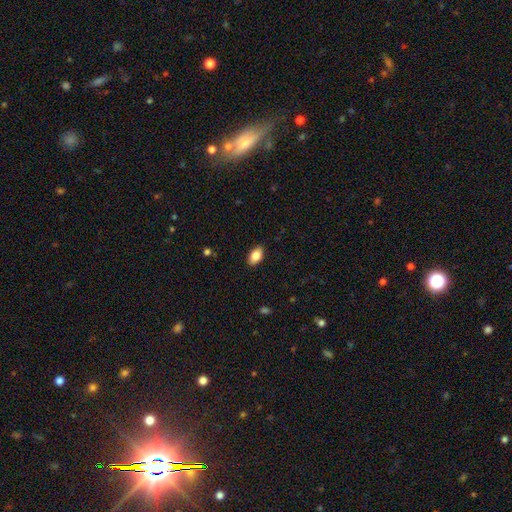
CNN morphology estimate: A smooth galaxy with no disk features (84%) that is in between round and cigar-shaped (93%).

Vote fractions:
- Smooth or featured? smooth: 84% / featured or disk: 9% / star or artifact: 7%
- How rounded? in between: 93% / round: 4% / cigar-shaped: 3%
- Merging? none: 88% / minor disturbance: 9% / major disturbance: 2% / merger: 1%